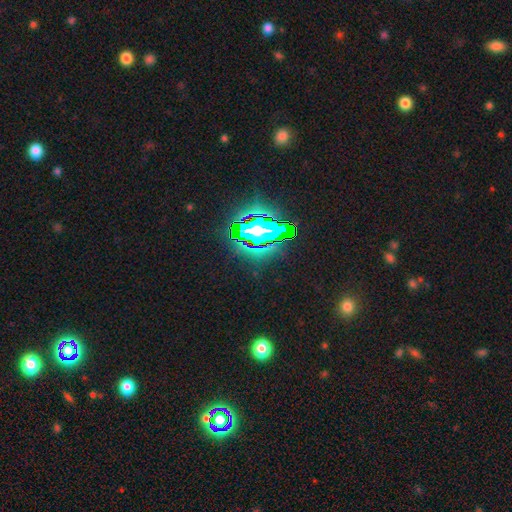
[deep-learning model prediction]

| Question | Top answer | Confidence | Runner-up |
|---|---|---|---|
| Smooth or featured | star or artifact | 72% | featured or disk (14%) |